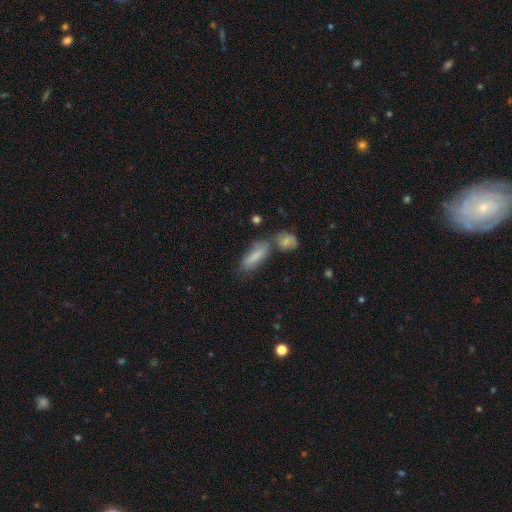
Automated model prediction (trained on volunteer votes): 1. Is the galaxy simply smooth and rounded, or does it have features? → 76% smooth, 15% featured or disk, 9% star or artifact.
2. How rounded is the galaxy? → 60% in between, 37% cigar-shaped, 3% round.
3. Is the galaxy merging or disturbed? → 52% none, 24% merger, 17% minor disturbance, 6% major disturbance.